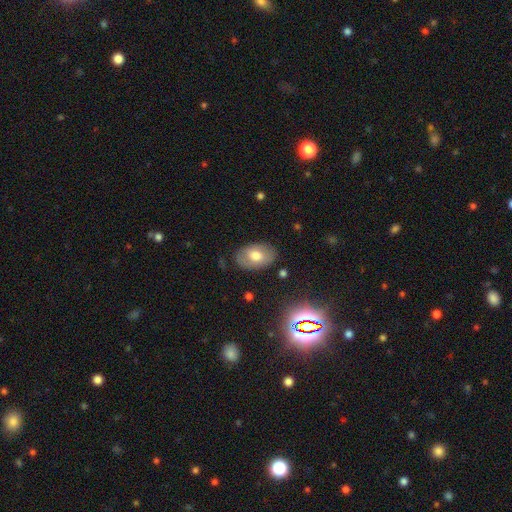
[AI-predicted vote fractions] Smooth or featured?
  - smooth: 62% *
  - featured or disk: 30%
  - star or artifact: 8%
How rounded?
  - in between: 87% *
  - round: 12%
  - cigar-shaped: 1%
Merging?
  - none: 81% *
  - minor disturbance: 14%
  - major disturbance: 4%
  - merger: 1%